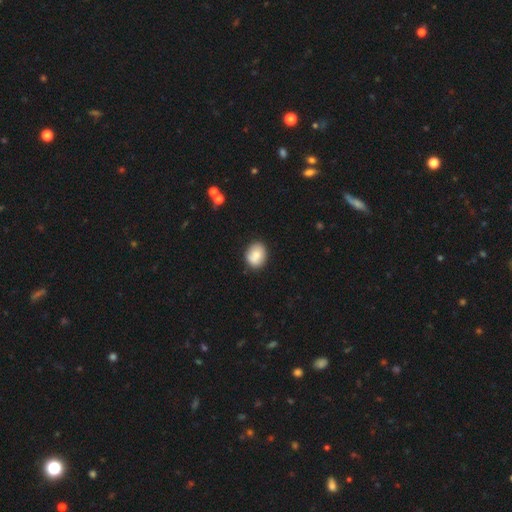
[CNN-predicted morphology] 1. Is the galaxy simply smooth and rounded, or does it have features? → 79% smooth, 13% featured or disk, 8% star or artifact.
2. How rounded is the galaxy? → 56% round, 43% in between, 1% cigar-shaped.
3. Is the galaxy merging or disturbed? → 82% none, 13% minor disturbance, 2% merger, 2% major disturbance.